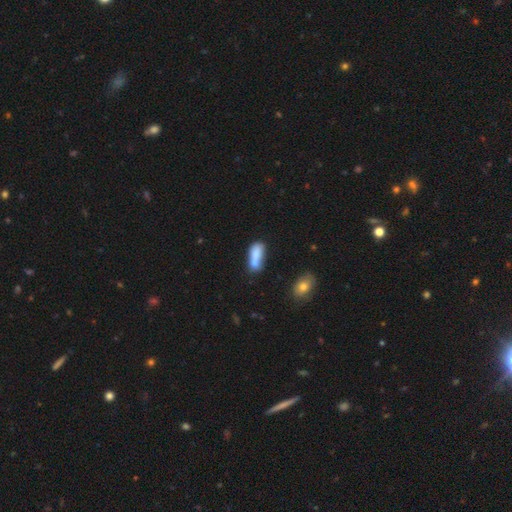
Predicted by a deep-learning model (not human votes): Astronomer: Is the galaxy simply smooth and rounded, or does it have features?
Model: smooth — 76%.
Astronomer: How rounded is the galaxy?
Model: in between — 71%.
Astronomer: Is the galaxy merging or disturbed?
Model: merger — 40% (runner-up: none, 34%).